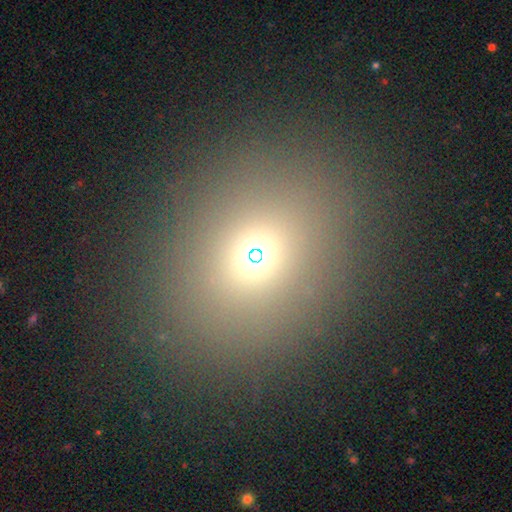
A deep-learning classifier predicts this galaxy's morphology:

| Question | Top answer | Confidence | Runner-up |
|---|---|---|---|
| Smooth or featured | smooth | 65% | star or artifact (24%) |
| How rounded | round | 65% | in between (34%) |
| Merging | none | 84% | minor disturbance (8%) |